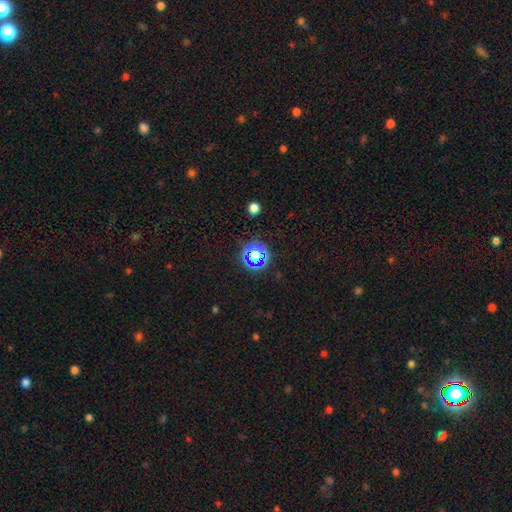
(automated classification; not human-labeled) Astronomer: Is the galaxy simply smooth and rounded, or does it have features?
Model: star or artifact — 54% (runner-up: smooth, 36%).